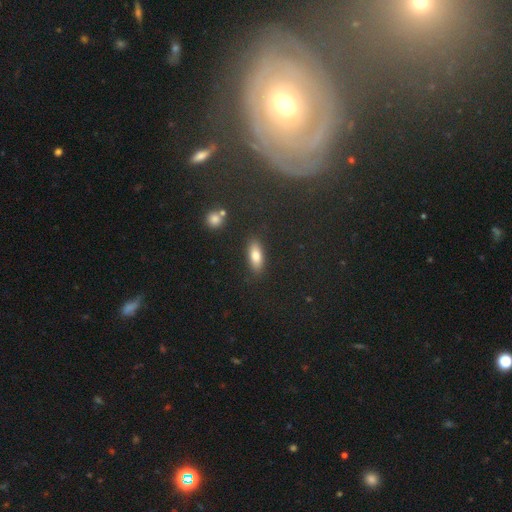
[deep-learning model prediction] Morphology: type=smooth (79%); roundness=in between (77%); merging=none (85%).